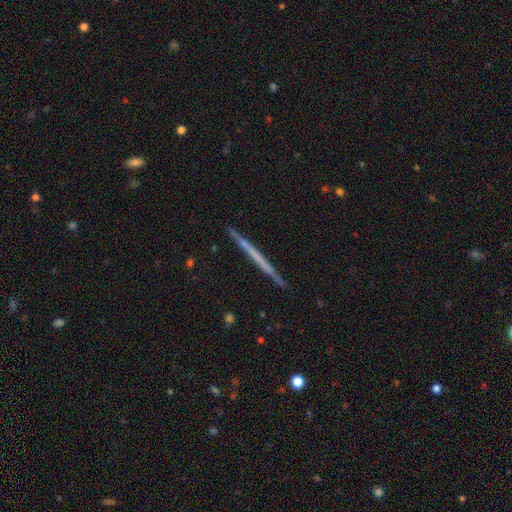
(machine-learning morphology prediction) Smooth or featured? featured or disk (56%)
Edge-on disk? yes (98%)
Edge-on bulge? none (92%)
Merging? none (91%)